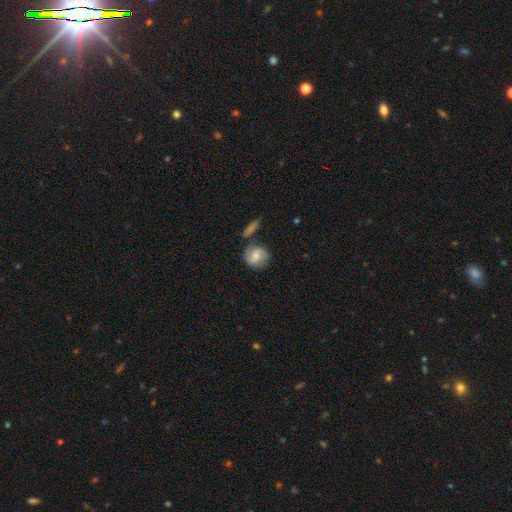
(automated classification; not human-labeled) A smooth galaxy with no disk features (71%) that is round (80%).

Vote fractions:
- Smooth or featured? smooth: 71% / featured or disk: 23% / star or artifact: 7%
- How rounded? round: 80% / in between: 19% / cigar-shaped: 1%
- Merging? none: 59% / minor disturbance: 20% / merger: 15% / major disturbance: 6%